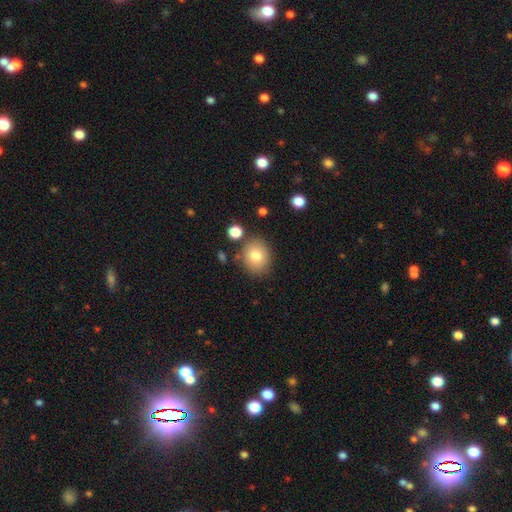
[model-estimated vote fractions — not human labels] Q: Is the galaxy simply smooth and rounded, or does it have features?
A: smooth — 80%.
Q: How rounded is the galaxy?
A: round — 65%.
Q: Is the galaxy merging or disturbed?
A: none — 80%.